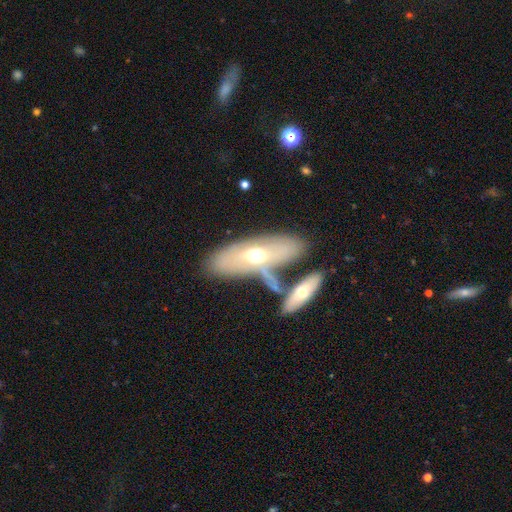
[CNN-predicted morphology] Smooth or featured? featured or disk (47%)
Merging? none (42%)